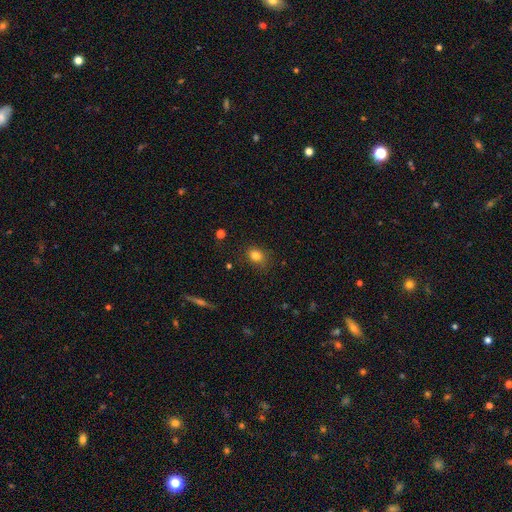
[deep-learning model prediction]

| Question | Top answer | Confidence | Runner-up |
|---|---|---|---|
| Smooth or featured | smooth | 82% | star or artifact (12%) |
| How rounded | in between | 58% | round (41%) |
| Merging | none | 80% | minor disturbance (15%) |